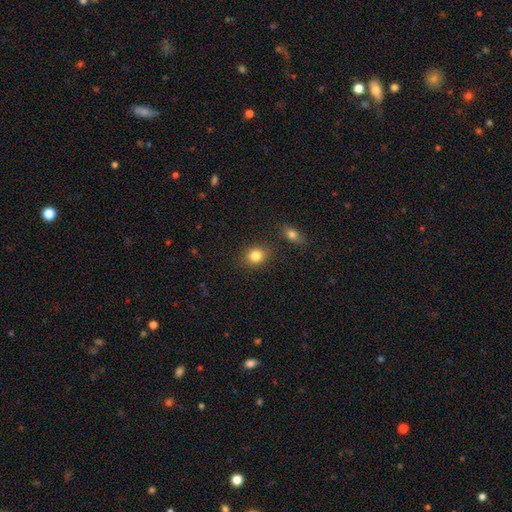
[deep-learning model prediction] This is clearly a smooth galaxy (84%). How rounded: possibly round (59%). Merging: clearly none (84%).